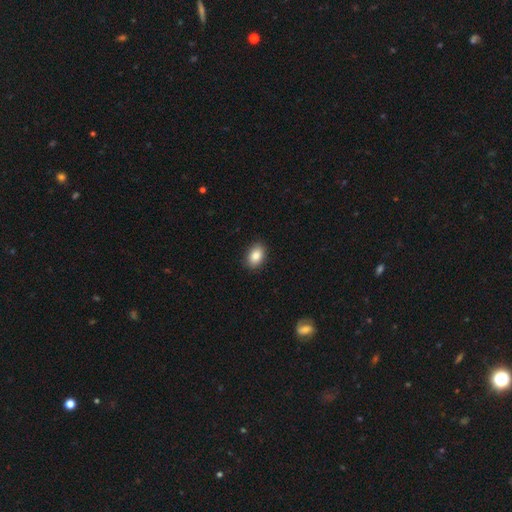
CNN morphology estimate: This is clearly a smooth galaxy (87%). How rounded: clearly in between (83%). Merging: clearly none (89%).